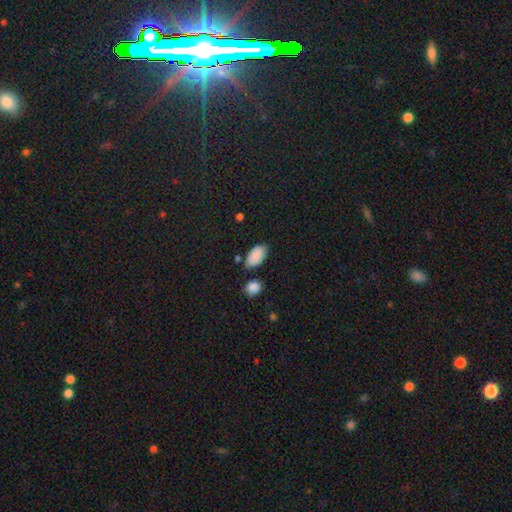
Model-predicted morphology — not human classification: Smooth or featured? Predicted: smooth (p=0.88). How rounded? Predicted: in between (p=0.94). Merging? Predicted: none (p=0.74).